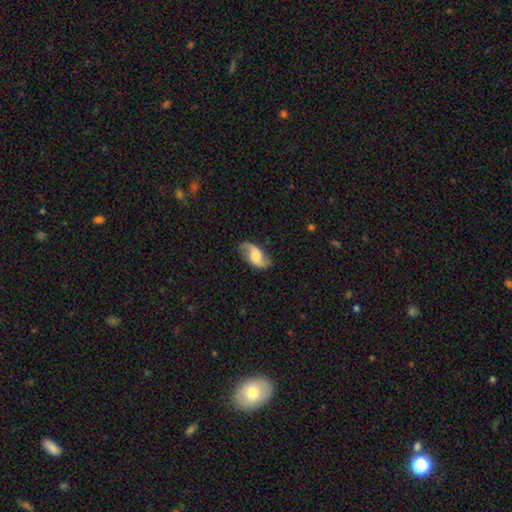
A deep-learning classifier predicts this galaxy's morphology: featured or disk 73%, smooth 20%, star or artifact 7%. Down the decision tree: edge-on disk — no (96%); bar — no (49%); spiral arms — yes (94%); spiral arm count — 2 (92%); spiral winding — loose (66%); bulge size — moderate (37%); merging — none (80%).